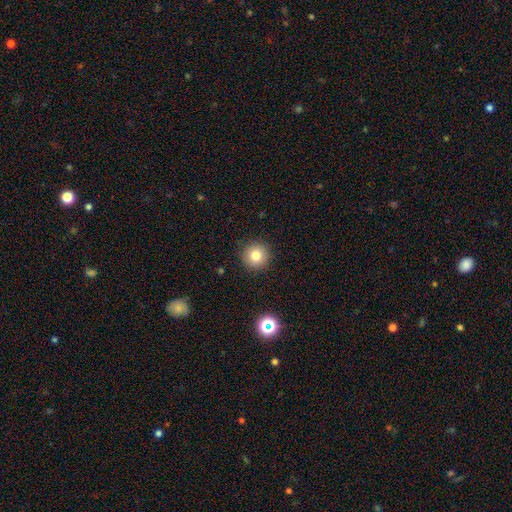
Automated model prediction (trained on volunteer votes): Q: Smooth or featured?
A: smooth (79%); runner-up: star or artifact (12%)
Q: How rounded?
A: round (95%); runner-up: in between (4%)
Q: Merging?
A: none (91%); runner-up: minor disturbance (6%)